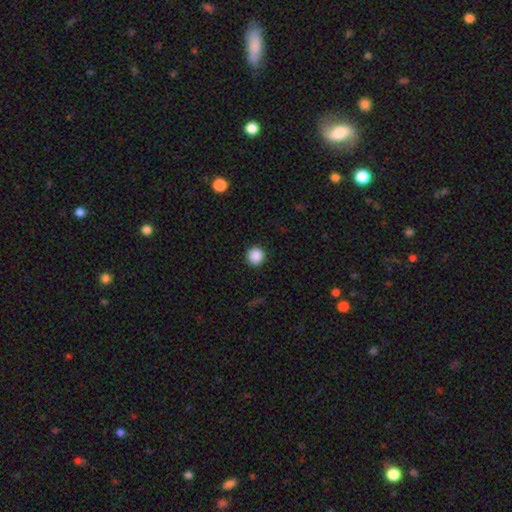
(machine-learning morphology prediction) Smooth or featured? smooth (88%)
How rounded? round (96%)
Merging? none (93%)